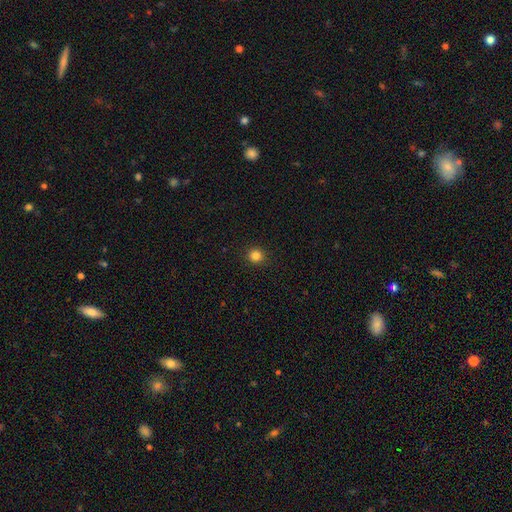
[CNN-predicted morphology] This appears to be a smooth galaxy with no disk features (84%) that is round (91%). Merging: none (92%).